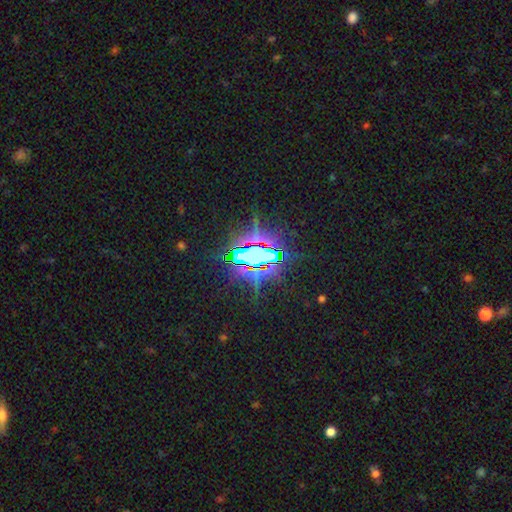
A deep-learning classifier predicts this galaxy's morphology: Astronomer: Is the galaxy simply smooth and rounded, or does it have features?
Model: star or artifact — 79%.